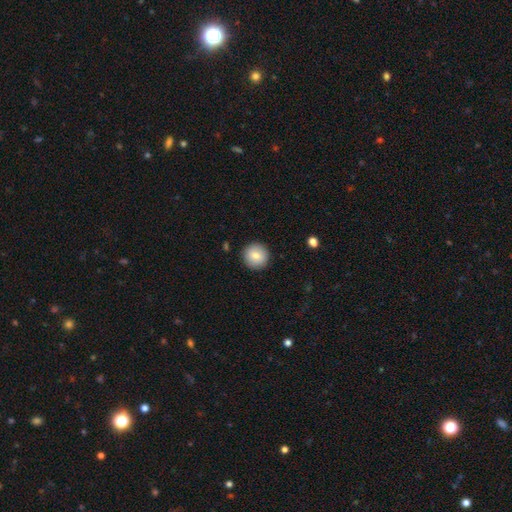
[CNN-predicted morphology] A smooth galaxy with no disk features (80%) that is round (95%).

Vote fractions:
- Smooth or featured? smooth: 80% / featured or disk: 12% / star or artifact: 8%
- How rounded? round: 95% / in between: 4% / cigar-shaped: 1%
- Merging? none: 91% / minor disturbance: 6% / major disturbance: 2% / merger: 1%